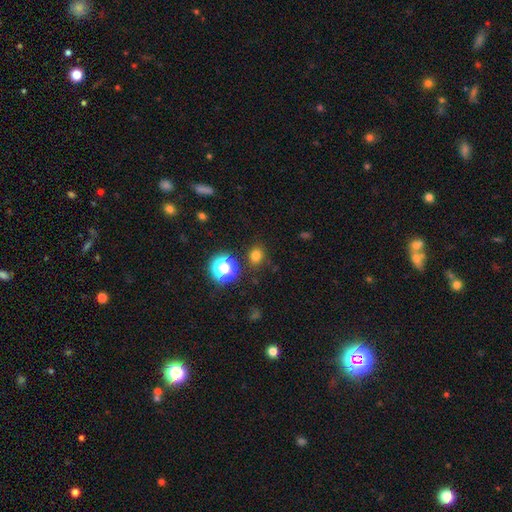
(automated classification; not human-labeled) Smooth or featured? smooth (74%)
How rounded? round (70%)
Merging? none (85%)